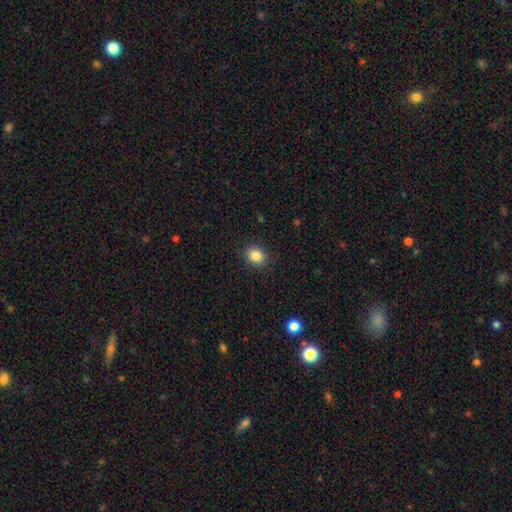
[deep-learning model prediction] smooth-or-featured: smooth: 85% | star or artifact: 10% | featured or disk: 5%
  how-rounded: round: 59% | in between: 41% | cigar-shaped: 1%
  merging: none: 89% | minor disturbance: 8% | major disturbance: 2% | merger: 1%